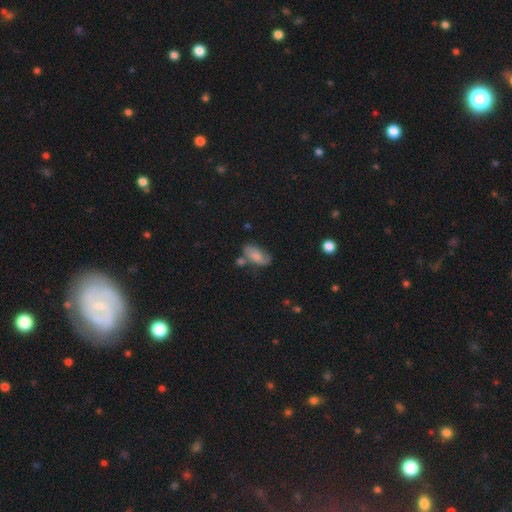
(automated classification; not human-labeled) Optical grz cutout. It shows a smooth galaxy with no disk features (61%) that is in between round and cigar-shaped (91%). Merging: none (49%).